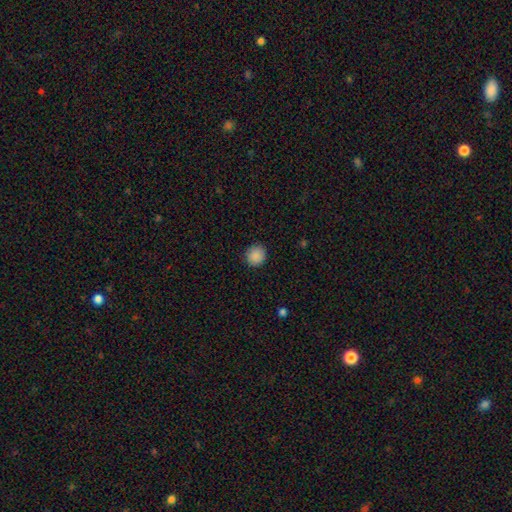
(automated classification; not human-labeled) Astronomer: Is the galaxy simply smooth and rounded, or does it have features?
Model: smooth — 88%.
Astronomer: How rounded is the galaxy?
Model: round — 91%.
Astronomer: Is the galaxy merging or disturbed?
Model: none — 89%.